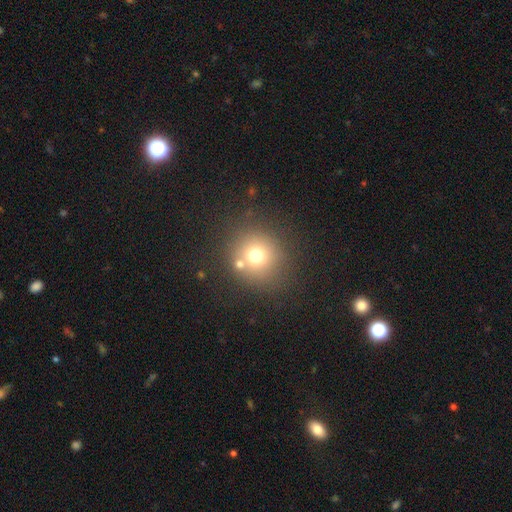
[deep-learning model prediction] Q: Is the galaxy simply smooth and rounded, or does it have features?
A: smooth — 69%.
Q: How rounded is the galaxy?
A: round — 92%.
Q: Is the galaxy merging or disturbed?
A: none — 73%.